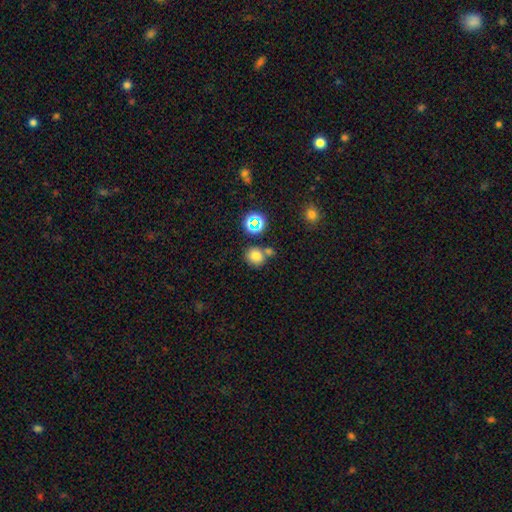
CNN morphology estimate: Smooth or featured? smooth (75%)
How rounded? round (80%)
Merging? none (63%)